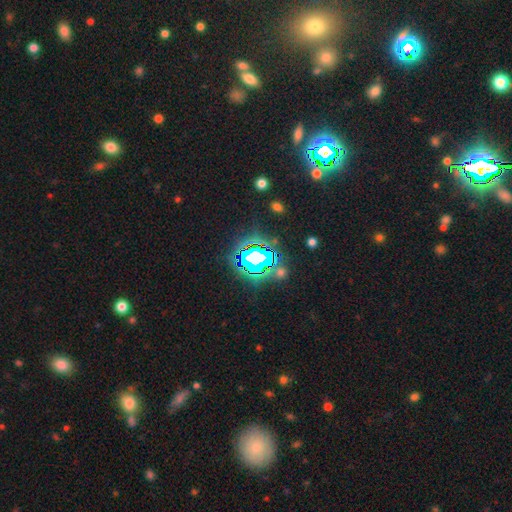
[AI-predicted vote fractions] Morphology: type=star or artifact (73%).